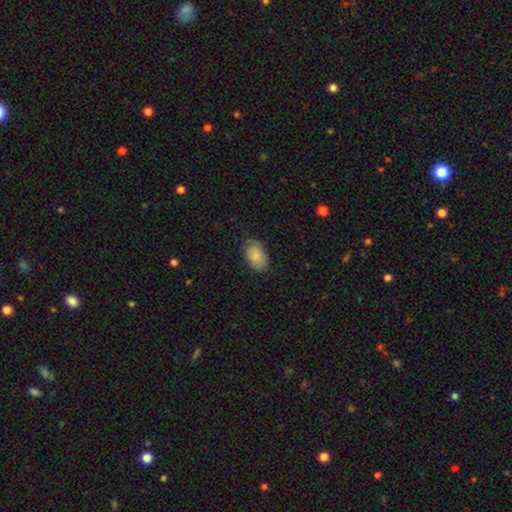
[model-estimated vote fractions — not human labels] A smooth galaxy with no disk features (85%) that is in between round and cigar-shaped (91%). Merging: none (75%).